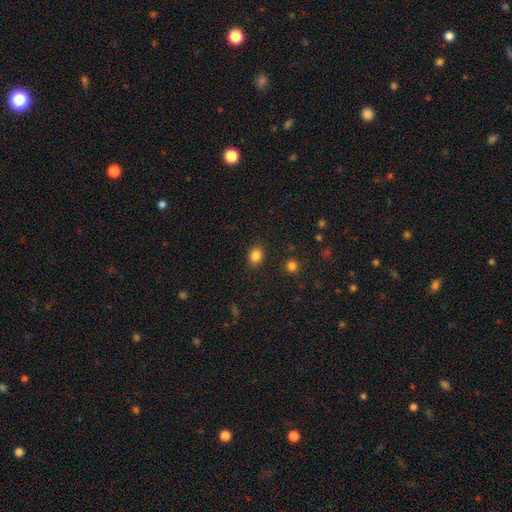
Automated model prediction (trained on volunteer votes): This appears to be a smooth galaxy with no disk features (84%) that is in between round and cigar-shaped (60%). Merging: none (87%).